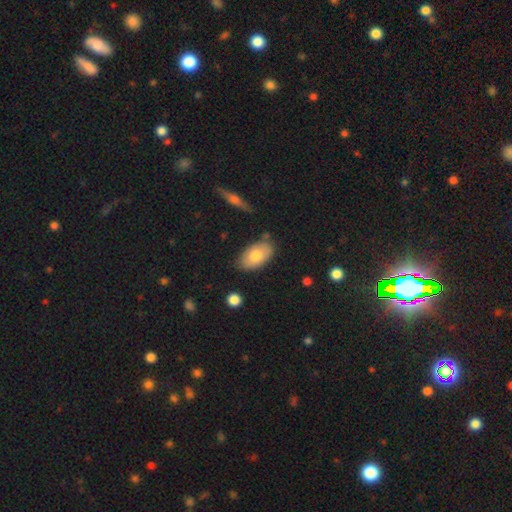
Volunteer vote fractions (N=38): Volunteers were most divided on "merging": none: 66%, minor disturbance: 29%, major disturbance: 3%, merger: 3%. More confident: how rounded — in between (88%); smooth or featured — smooth (66%).